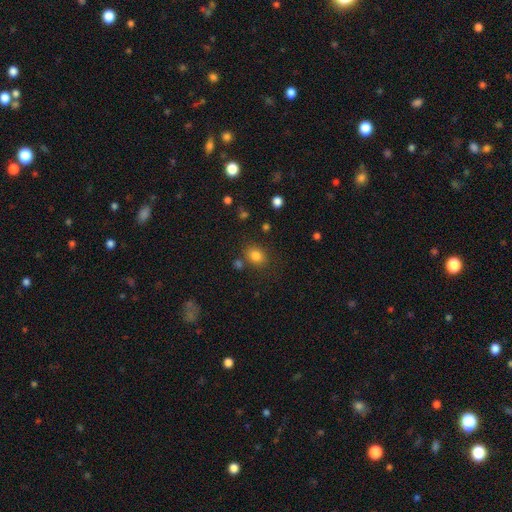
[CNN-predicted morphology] The model was most divided on "how rounded": round: 52%, in between: 47%, cigar-shaped: 1%. More confident: smooth or featured — smooth (81%); merging — none (76%).